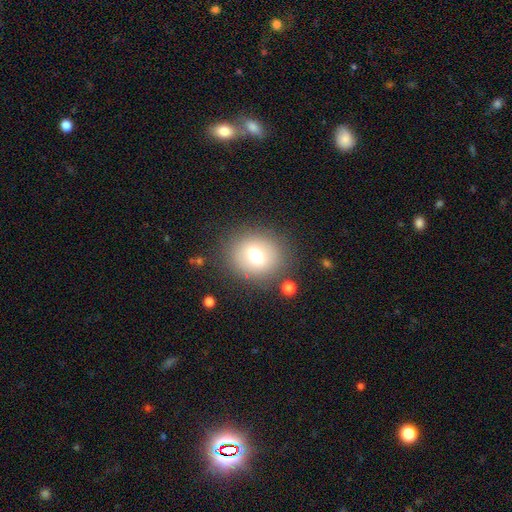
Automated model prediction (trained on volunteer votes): Morphology: type=smooth (68%); roundness=round (73%); merging=none (80%).